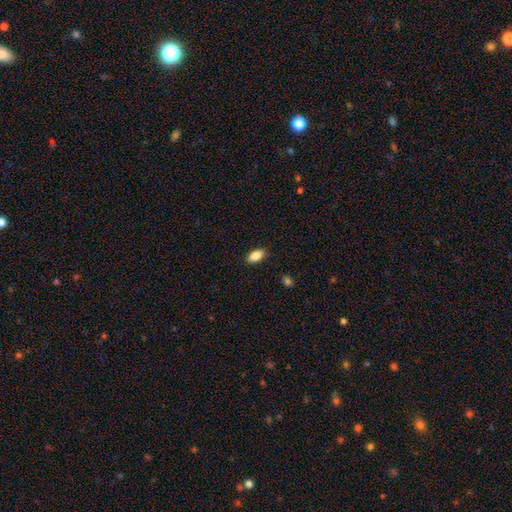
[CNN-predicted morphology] The model was most divided on "smooth or featured": smooth: 85%, featured or disk: 8%, star or artifact: 7%. More confident: how rounded — in between (88%); merging — none (88%).